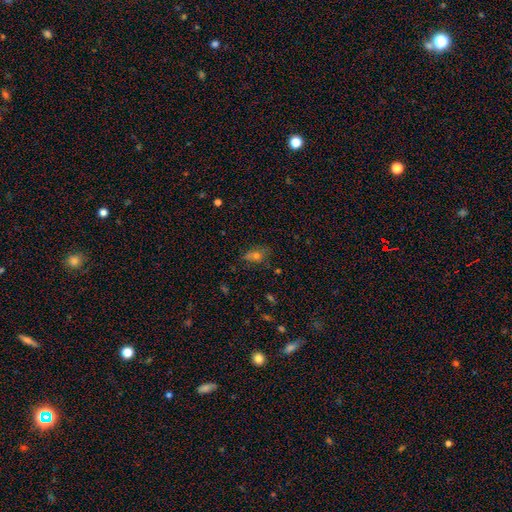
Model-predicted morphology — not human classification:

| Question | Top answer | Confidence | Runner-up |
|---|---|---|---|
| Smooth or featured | smooth | 52% | star or artifact (27%) |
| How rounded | in between | 66% | round (28%) |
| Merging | none | 62% | minor disturbance (23%) |